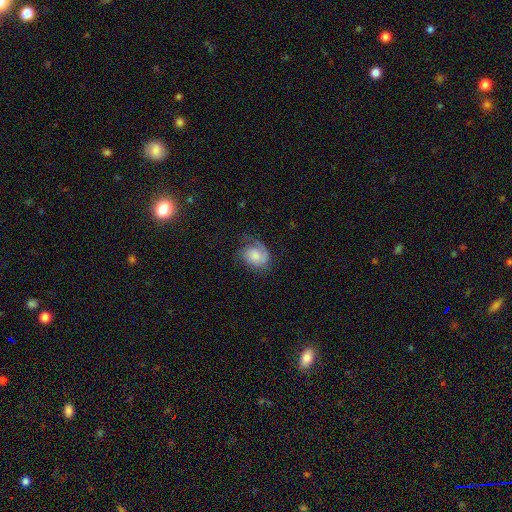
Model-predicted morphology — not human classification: smooth-or-featured: featured or disk: 58% | smooth: 35% | star or artifact: 8%
  disk-edge-on: no: 97% | yes: 3%
    bar: no: 74% | weak: 23% | strong: 3%
    has-spiral-arms: yes: 91% | no: 9%
      spiral-winding: tight: 40% | medium: 38% | loose: 22%
      spiral-arm-count: 1: 51% | 2: 29% | can't tell: 13% | 3: 4% | 4: 2% | more than 4: 1%
    bulge-size: moderate: 35% | small: 32% | large: 16% | none: 13% | dominant: 4%
  merging: none: 54% | minor disturbance: 24% | major disturbance: 20% | merger: 1%